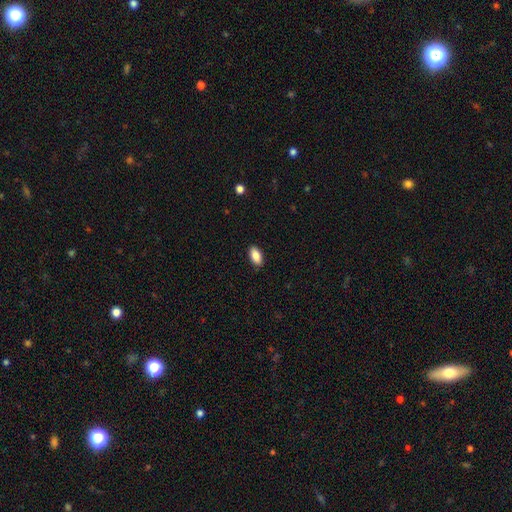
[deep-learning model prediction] smooth 87%, star or artifact 7%, featured or disk 6%. Down the decision tree: how rounded — in between (91%); merging — none (89%).